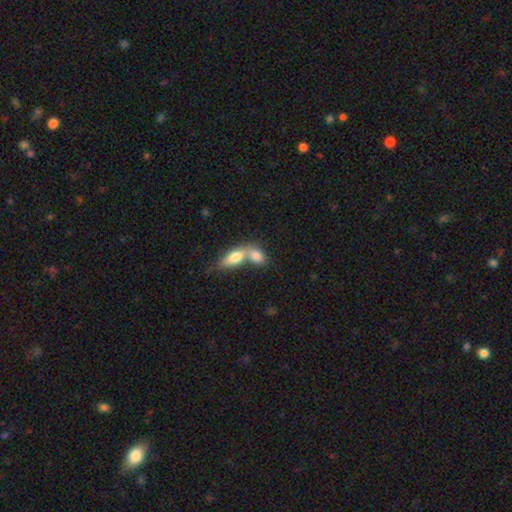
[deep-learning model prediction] Morphology: type=smooth (77%); roundness=in between (78%); merging=merger (71%).